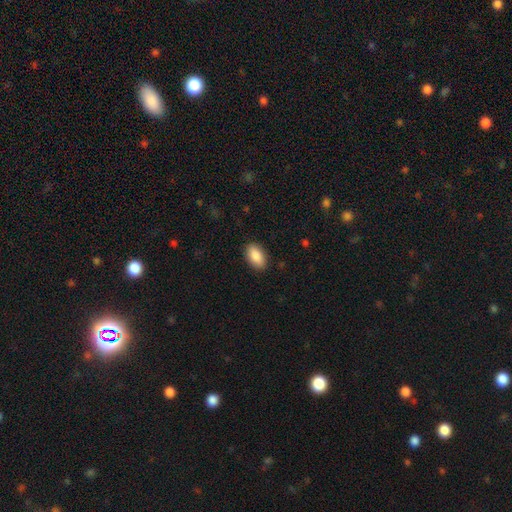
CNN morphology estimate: Overall: smooth (88%). How rounded: in between (93%). Merging: none (89%).